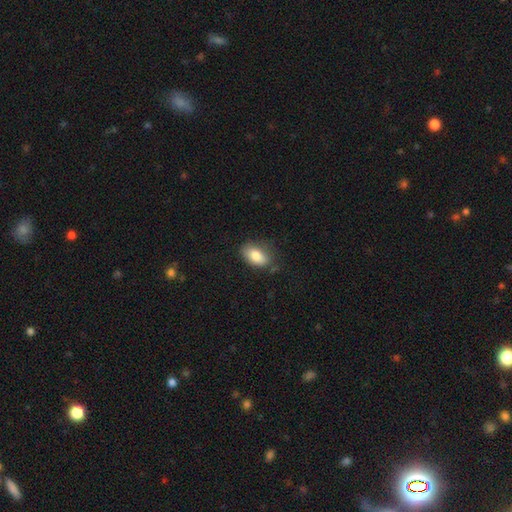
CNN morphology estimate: smooth_or_featured: smooth (p=0.83) [alt: featured or disk p=0.10]
how_rounded: in between (p=0.90) [alt: round p=0.08]
merging: none (p=0.70) [alt: minor disturbance p=0.22]